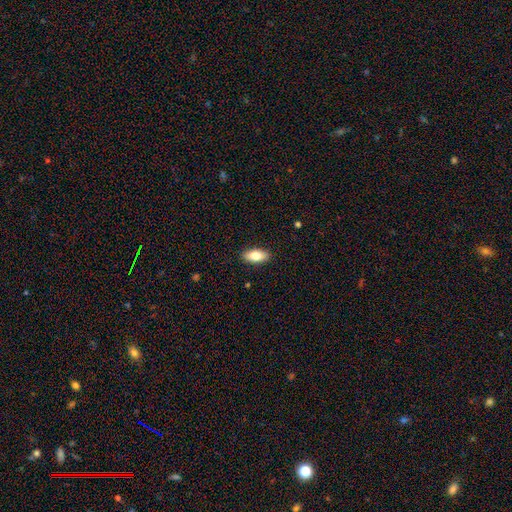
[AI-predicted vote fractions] smooth-or-featured: smooth: 78% | featured or disk: 15% | star or artifact: 6%
  how-rounded: in between: 86% | cigar-shaped: 11% | round: 3%
  merging: none: 90% | minor disturbance: 8% | major disturbance: 2% | merger: 1%